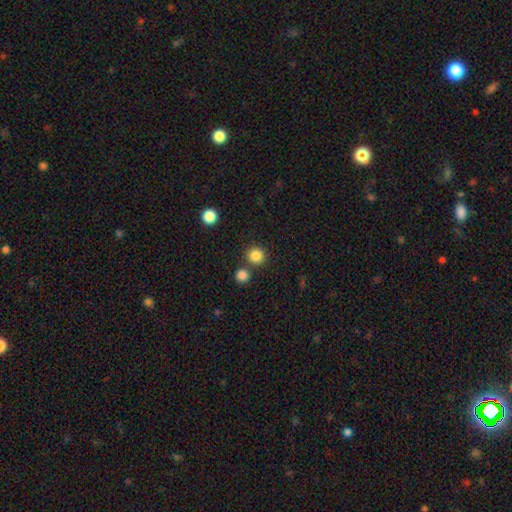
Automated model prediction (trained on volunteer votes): Smooth or featured?
  - smooth: 85% *
  - star or artifact: 12%
  - featured or disk: 4%
How rounded?
  - round: 92% *
  - in between: 7%
  - cigar-shaped: 1%
Merging?
  - none: 80% *
  - merger: 12%
  - minor disturbance: 6%
  - major disturbance: 2%